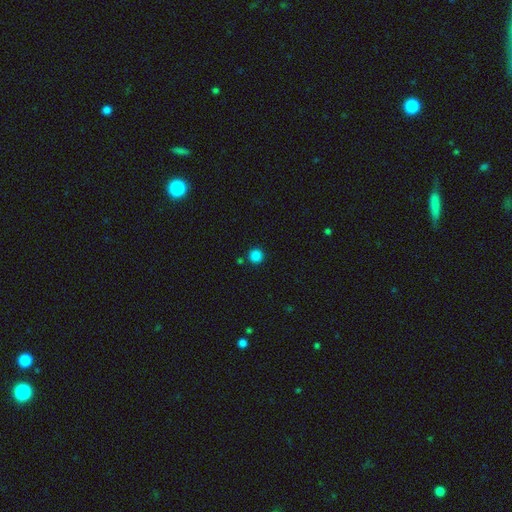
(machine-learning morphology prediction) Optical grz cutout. It shows a smooth galaxy with no disk features (85%) that is round (95%). Merging: none (88%).